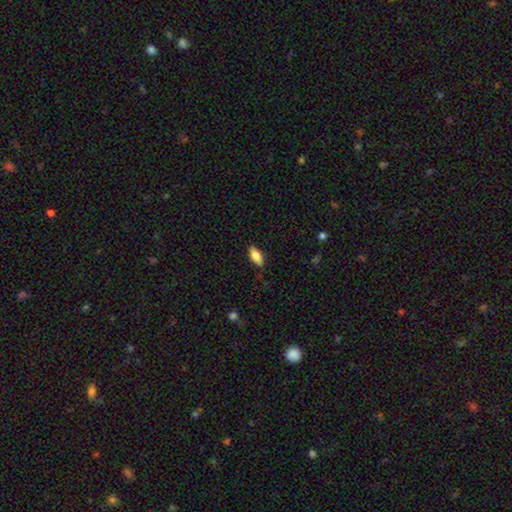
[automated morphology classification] A smooth galaxy with no disk features (80%) that is in between round and cigar-shaped (85%). Merging: none (85%).